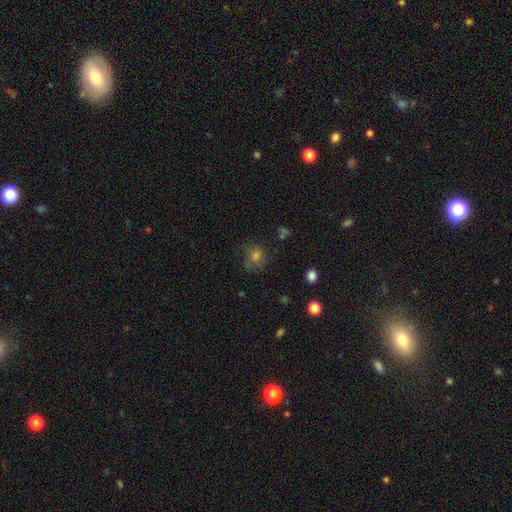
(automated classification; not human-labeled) This appears to be a smooth galaxy with no disk features (47%). Merging: none (65%).